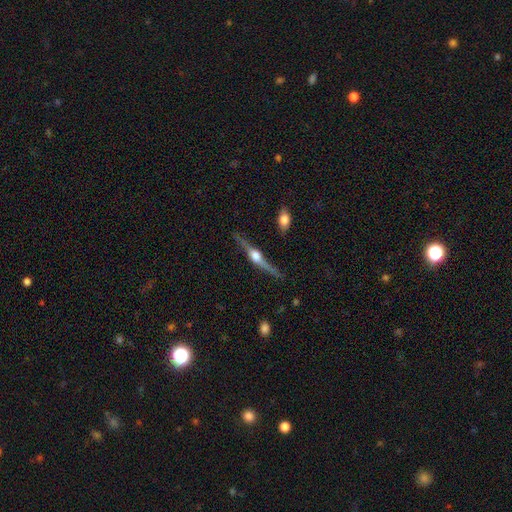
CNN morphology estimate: A featured or disk galaxy (83%) viewed edge-on (97%) with a rounded central bulge (93%).

Vote fractions:
- Smooth or featured? featured or disk: 83% / smooth: 11% / star or artifact: 6%
- Edge-on disk? yes: 97% / no: 3%
- Edge-on bulge? rounded: 93% / boxy: 5% / none: 2%
- Merging? none: 82% / minor disturbance: 12% / major disturbance: 3% / merger: 3%